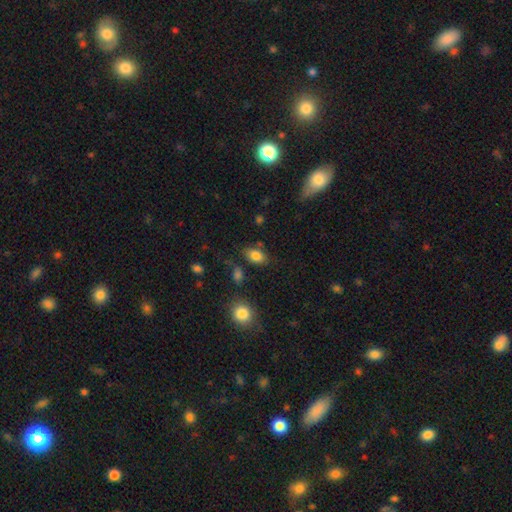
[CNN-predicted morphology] A smooth galaxy with no disk features (83%) that is in between round and cigar-shaped (89%). Merging: none (74%).